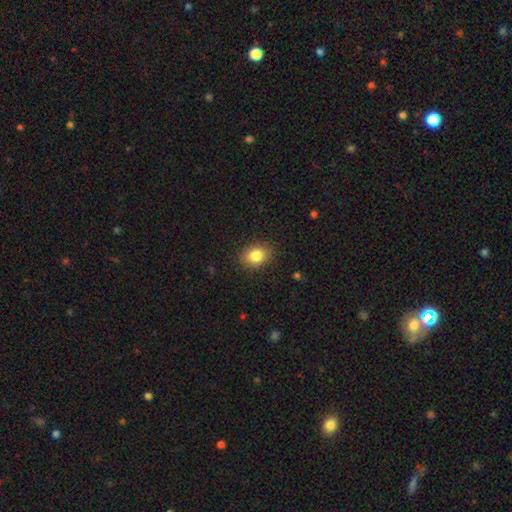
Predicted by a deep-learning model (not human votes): A smooth galaxy with no disk features (84%) that is in between round and cigar-shaped (62%). Merging: none (87%).